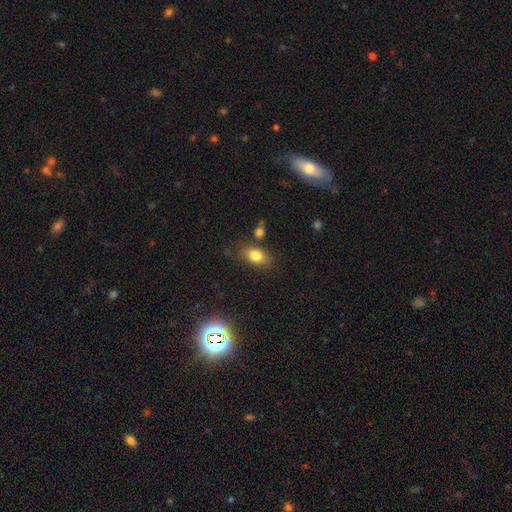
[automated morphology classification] smooth_or_featured: smooth (p=0.81) [alt: star or artifact p=0.10]
how_rounded: in between (p=0.84) [alt: round p=0.14]
merging: none (p=0.76) [alt: minor disturbance p=0.13]